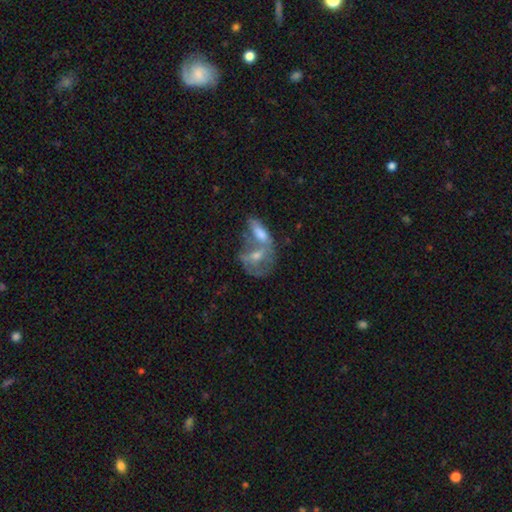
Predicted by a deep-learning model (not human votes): Smooth or featured?
  - featured or disk: 51% *
  - smooth: 40%
  - star or artifact: 9%
Edge-on disk?
  - no: 89% *
  - yes: 11%
Merging?
  - merger: 64% *
  - none: 21%
  - minor disturbance: 9%
  - major disturbance: 6%